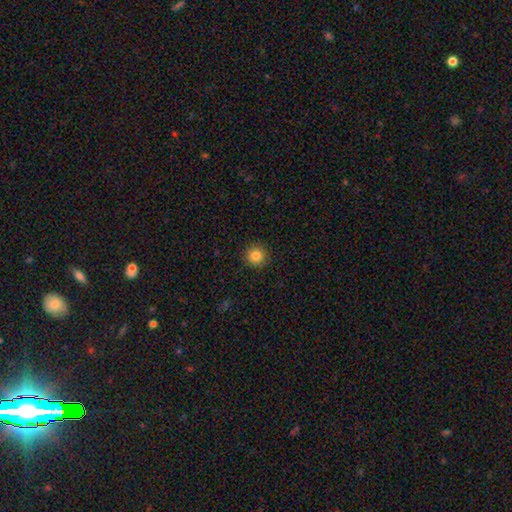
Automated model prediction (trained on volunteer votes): smooth_or_featured: smooth (p=0.84) [alt: star or artifact p=0.11]
how_rounded: round (p=0.95) [alt: in between p=0.04]
merging: none (p=0.92) [alt: minor disturbance p=0.05]